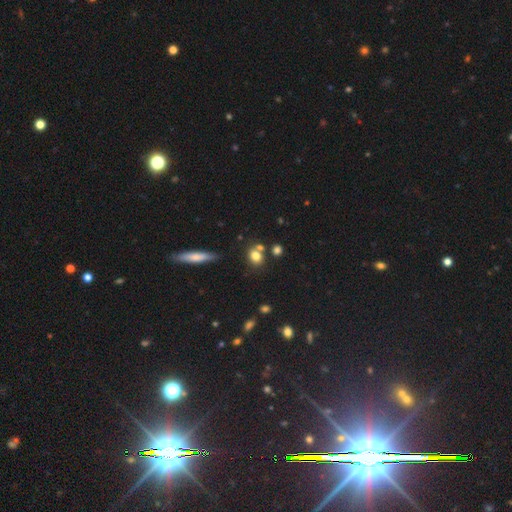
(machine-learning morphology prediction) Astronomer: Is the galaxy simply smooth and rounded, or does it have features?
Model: smooth — 76%.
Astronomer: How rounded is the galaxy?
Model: round — 60% (runner-up: in between, 38%).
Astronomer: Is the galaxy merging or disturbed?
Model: none — 62%.